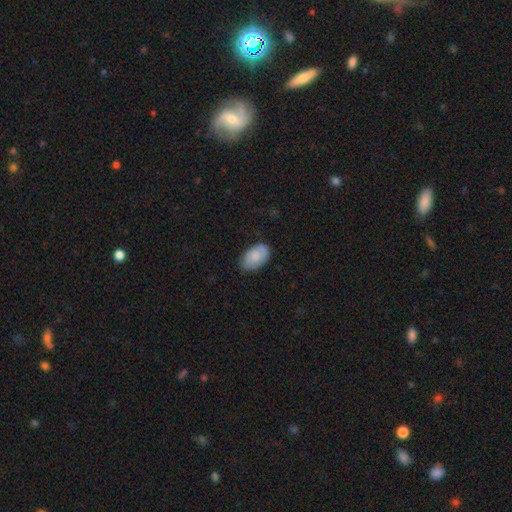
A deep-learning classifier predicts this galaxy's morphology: type=smooth (83%); roundness=in between (93%); merging=none (76%).